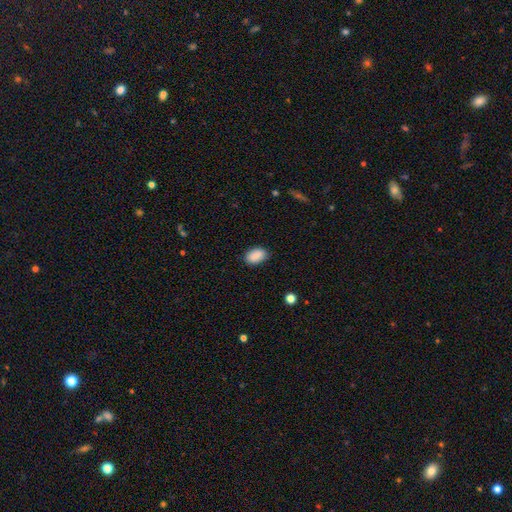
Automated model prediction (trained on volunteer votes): smooth_or_featured: smooth (p=0.90) [alt: star or artifact p=0.07]
how_rounded: in between (p=0.90) [alt: round p=0.09]
merging: none (p=0.83) [alt: minor disturbance p=0.13]